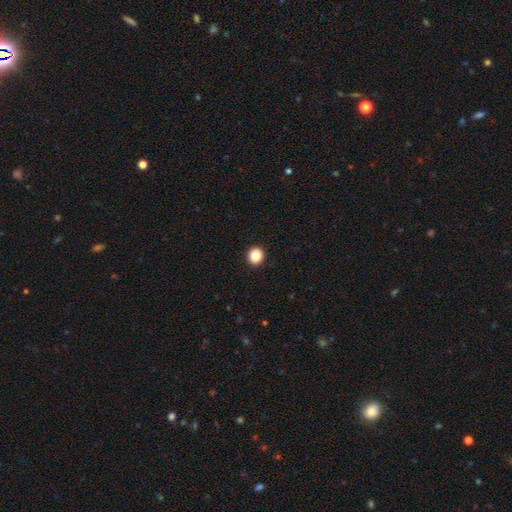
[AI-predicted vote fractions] Smooth or featured? Predicted: smooth (p=0.87). How rounded? Predicted: round (p=0.90). Merging? Predicted: none (p=0.93).